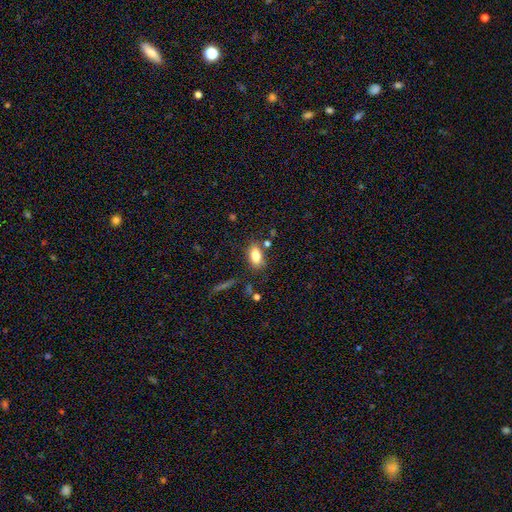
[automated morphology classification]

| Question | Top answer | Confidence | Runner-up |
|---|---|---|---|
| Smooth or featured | smooth | 81% | featured or disk (10%) |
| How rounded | in between | 87% | round (6%) |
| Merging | none | 76% | minor disturbance (14%) |